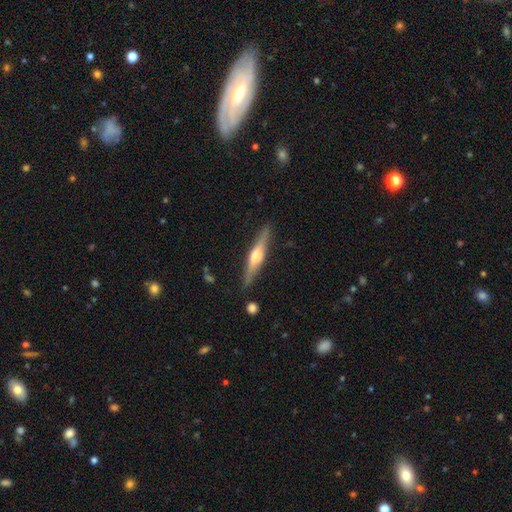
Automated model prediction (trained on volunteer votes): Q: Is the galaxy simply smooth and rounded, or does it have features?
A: featured or disk — 67%.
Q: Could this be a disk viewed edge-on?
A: yes — 97%.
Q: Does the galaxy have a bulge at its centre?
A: rounded — 80%.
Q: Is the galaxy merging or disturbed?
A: none — 86%.